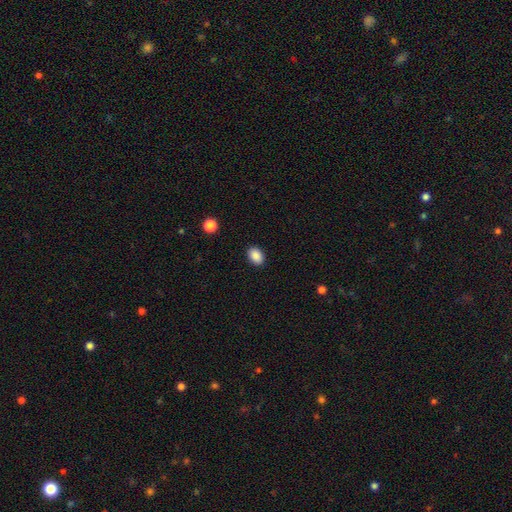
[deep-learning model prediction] Smooth or featured? Predicted: smooth (p=0.89). How rounded? Predicted: in between (p=0.79). Merging? Predicted: none (p=0.90).